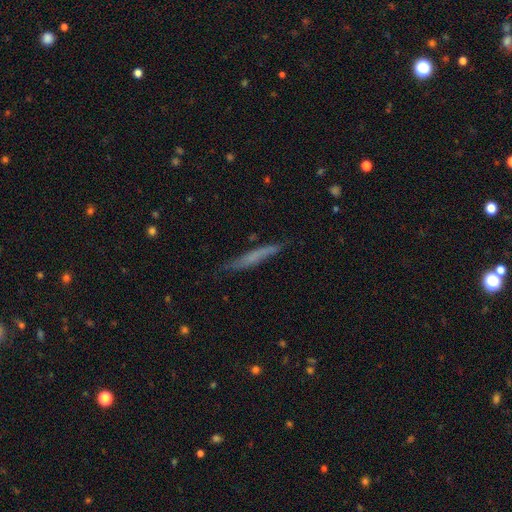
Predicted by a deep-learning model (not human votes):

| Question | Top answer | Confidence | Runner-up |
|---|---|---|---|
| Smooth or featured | smooth | 55% | featured or disk (37%) |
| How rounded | cigar-shaped | 95% | in between (3%) |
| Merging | none | 82% | minor disturbance (14%) |